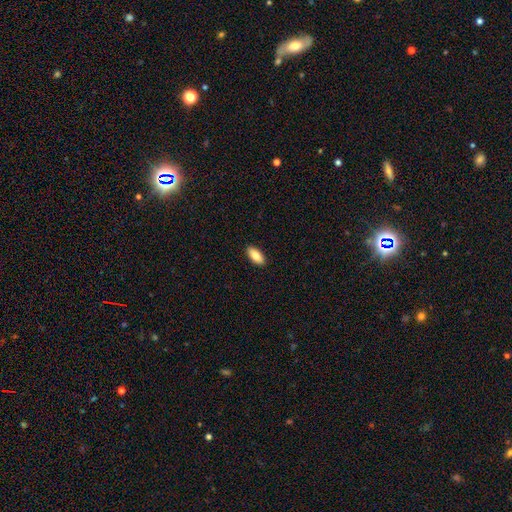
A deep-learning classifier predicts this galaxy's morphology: This appears to be a smooth galaxy with no disk features (85%) that is in between round and cigar-shaped (90%). Merging: none (91%).